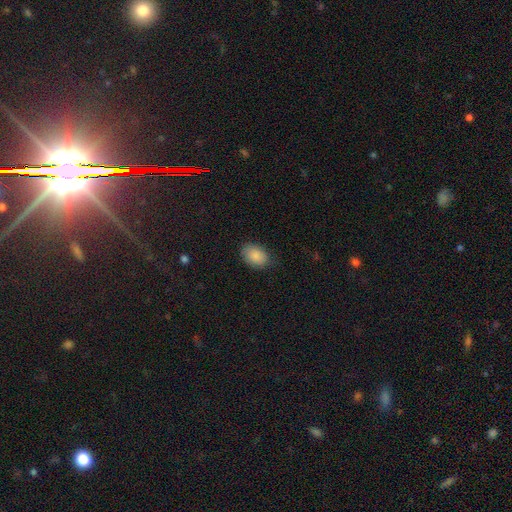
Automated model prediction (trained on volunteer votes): smooth 88%, star or artifact 7%, featured or disk 5%. Down the decision tree: how rounded — in between (82%); merging — none (81%).